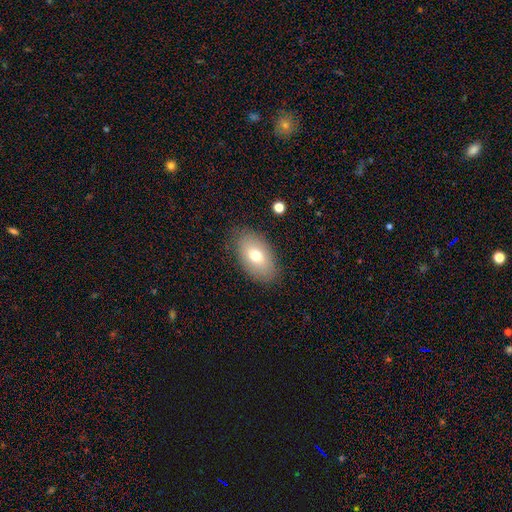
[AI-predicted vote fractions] Overall: smooth (71%). How rounded: in between (91%). Merging: none (83%).